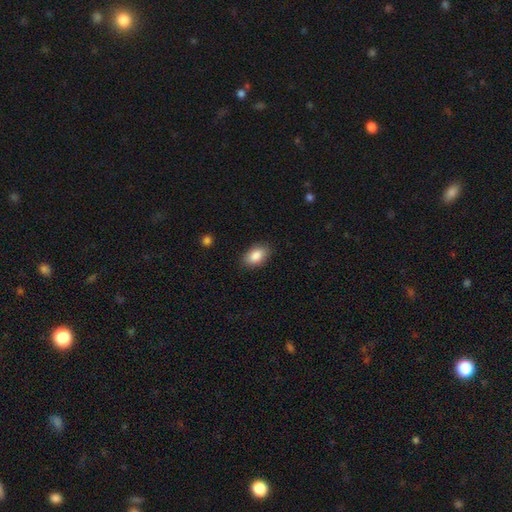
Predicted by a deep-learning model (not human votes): Smooth or featured? smooth (87%)
How rounded? in between (90%)
Merging? none (86%)